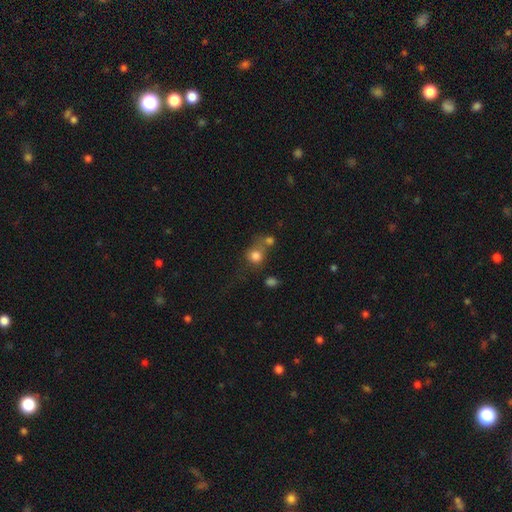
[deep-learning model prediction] Morphology: type=smooth (78%); roundness=round (77%); merging=none (42%).